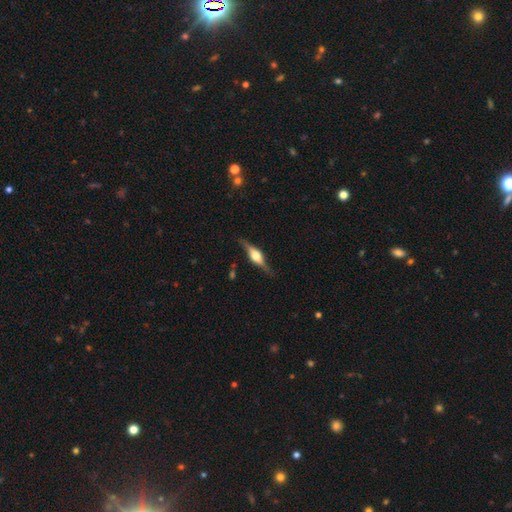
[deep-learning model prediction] Overall: featured or disk (76%). Edge-on disk: yes (95%). Edge-on bulge: rounded (90%). Merging: none (83%).